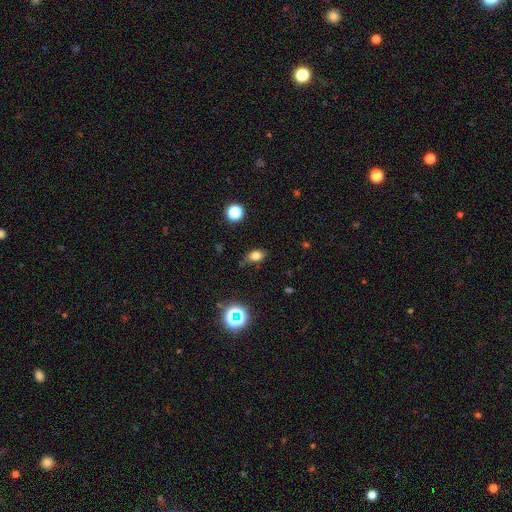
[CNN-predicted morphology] smooth 77%, star or artifact 15%, featured or disk 9%. Down the decision tree: how rounded — in between (75%); merging — none (67%).